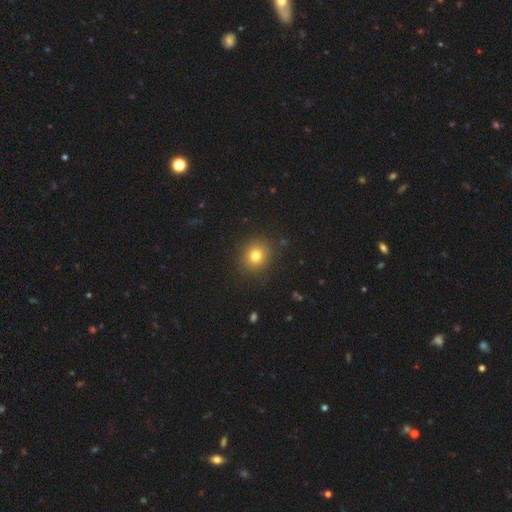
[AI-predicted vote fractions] Smooth or featured? smooth (78%)
How rounded? round (81%)
Merging? none (88%)